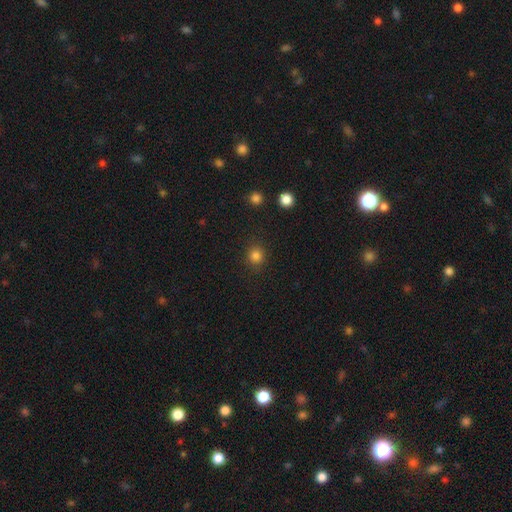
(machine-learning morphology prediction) smooth_or_featured: smooth (p=0.83) [alt: star or artifact p=0.13]
how_rounded: round (p=0.90) [alt: in between p=0.09]
merging: none (p=0.89) [alt: minor disturbance p=0.07]